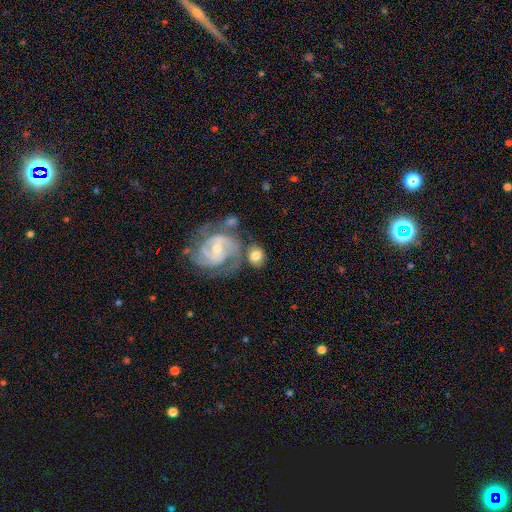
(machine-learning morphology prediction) The model was most divided on "how rounded": round: 55%, in between: 44%, cigar-shaped: 1%. More confident: smooth or featured — smooth (53%); merging — none (53%).